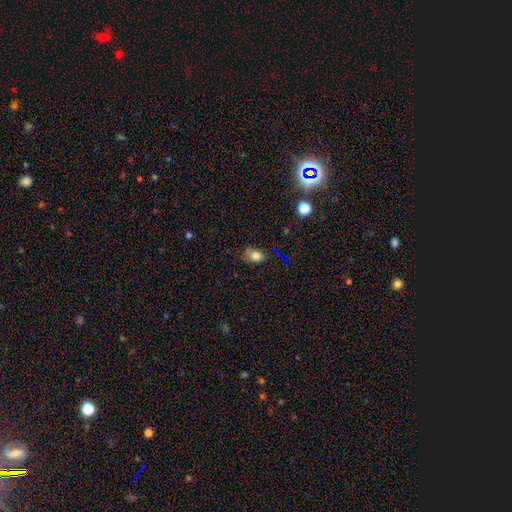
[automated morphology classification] smooth-or-featured: smooth: 77% | star or artifact: 14% | featured or disk: 9%
  how-rounded: in between: 66% | round: 33% | cigar-shaped: 2%
  merging: none: 60% | minor disturbance: 29% | major disturbance: 8% | merger: 3%